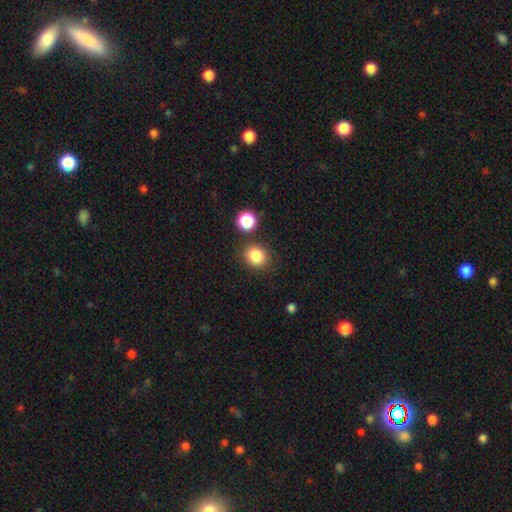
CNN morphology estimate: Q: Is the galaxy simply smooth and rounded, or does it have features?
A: smooth — 85%.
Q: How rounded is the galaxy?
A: round — 72%.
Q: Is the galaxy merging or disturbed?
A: none — 80%.